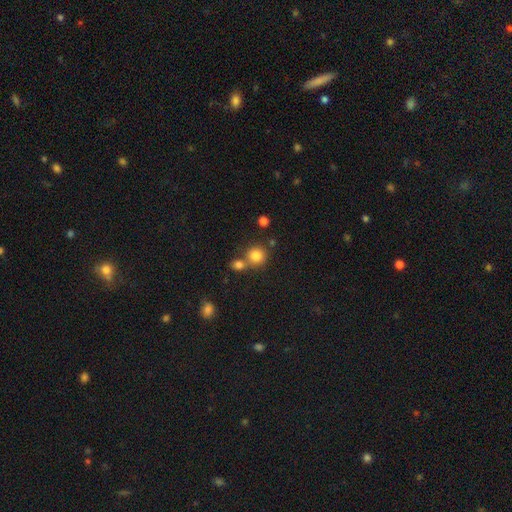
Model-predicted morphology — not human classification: Smooth or featured: smooth — 82% (star or artifact — 11%)
How rounded: round — 88% (in between — 11%)
Merging: none — 58% (merger — 30%)